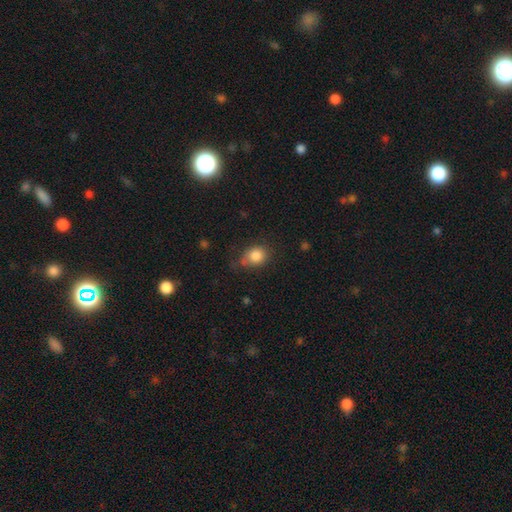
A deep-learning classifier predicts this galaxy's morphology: smooth 83%, star or artifact 10%, featured or disk 7%. Down the decision tree: how rounded — round (59%); merging — none (62%).